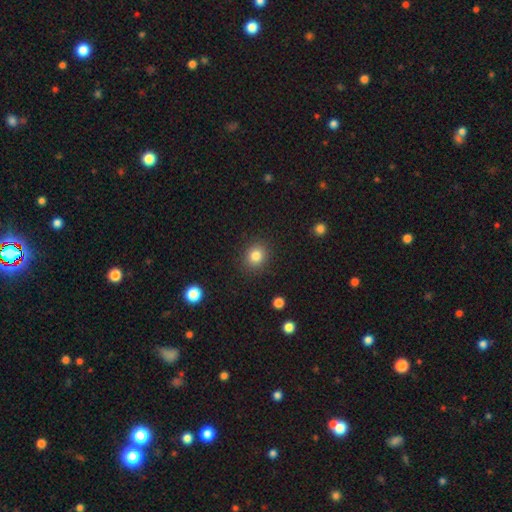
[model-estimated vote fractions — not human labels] Smooth or featured? Predicted: smooth (p=0.83). How rounded? Predicted: round (p=0.75). Merging? Predicted: none (p=0.89).